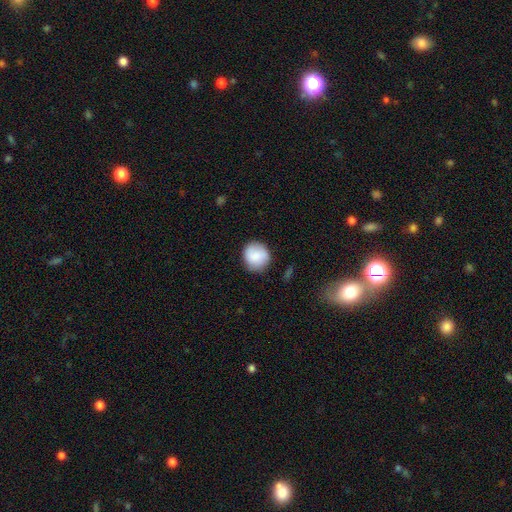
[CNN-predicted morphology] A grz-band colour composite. It shows a smooth galaxy with no disk features (84%) that is round (89%). Merging: none (83%).